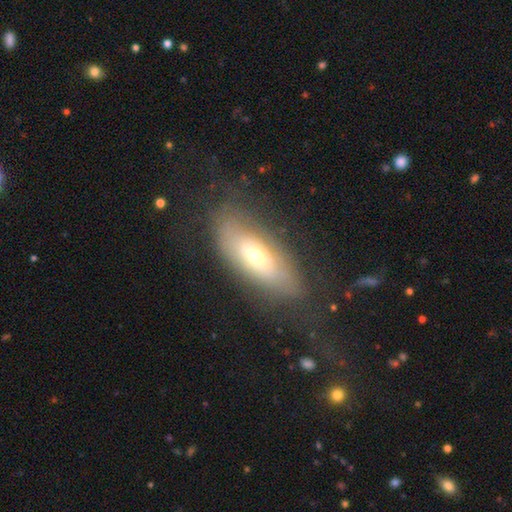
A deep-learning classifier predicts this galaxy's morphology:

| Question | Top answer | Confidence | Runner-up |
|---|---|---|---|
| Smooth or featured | smooth | 48% | featured or disk (43%) |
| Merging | none | 62% | minor disturbance (21%) |